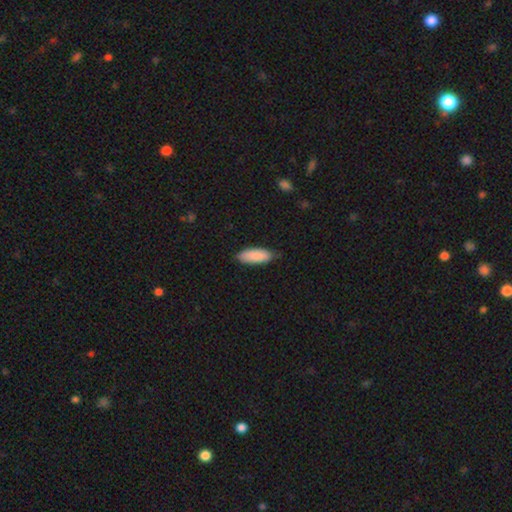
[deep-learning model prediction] Q: Smooth or featured?
A: smooth (89%); runner-up: star or artifact (5%)
Q: How rounded?
A: in between (75%); runner-up: cigar-shaped (23%)
Q: Merging?
A: none (78%); runner-up: minor disturbance (19%)